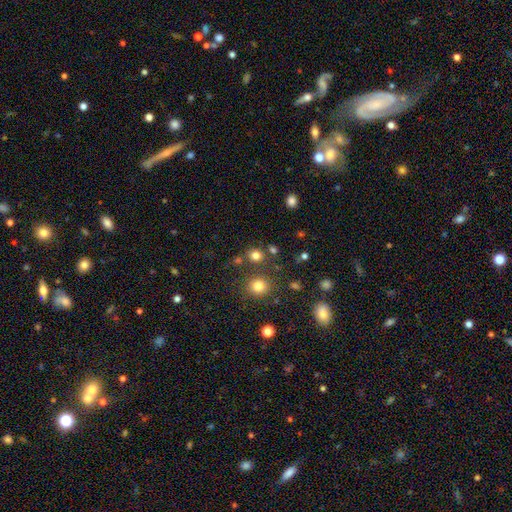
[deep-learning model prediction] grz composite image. It shows a smooth galaxy with no disk features (78%) that is round (80%). Merging: none (75%).